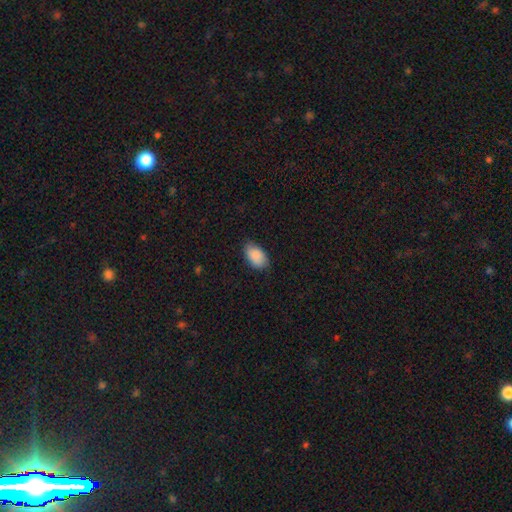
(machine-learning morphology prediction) Smooth or featured? smooth (89%)
How rounded? in between (93%)
Merging? none (81%)